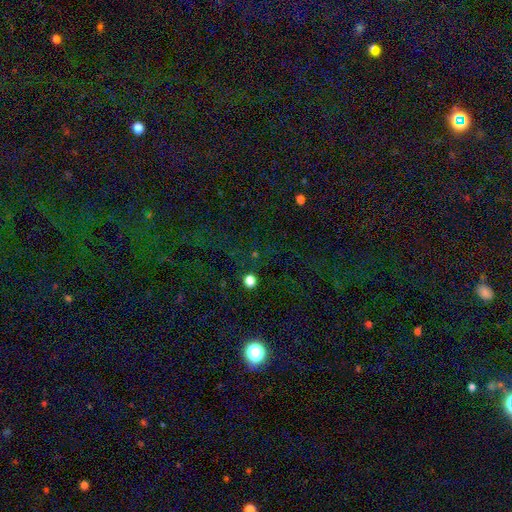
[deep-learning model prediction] Overall: star or artifact (71%).